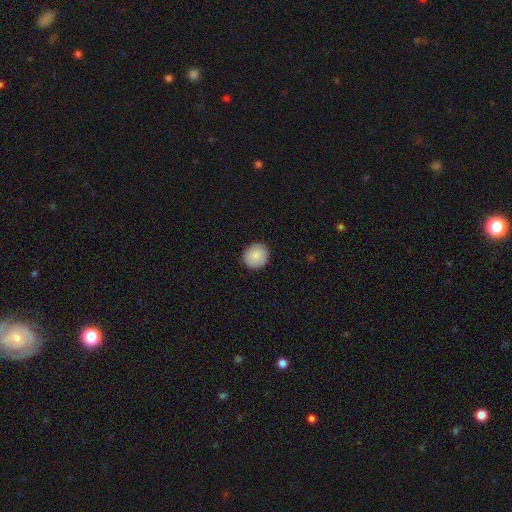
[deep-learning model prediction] A smooth galaxy with no disk features (88%) that is round (84%). Merging: none (91%).